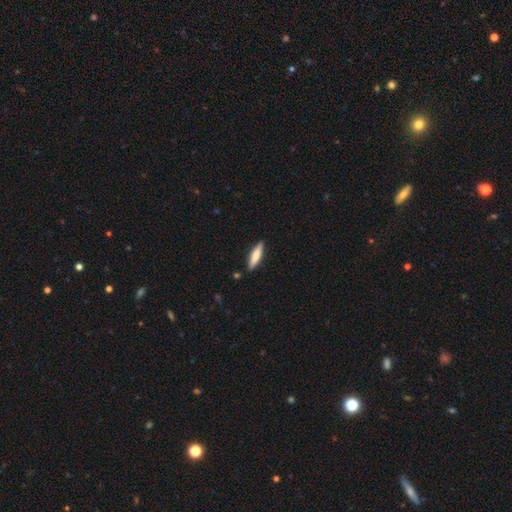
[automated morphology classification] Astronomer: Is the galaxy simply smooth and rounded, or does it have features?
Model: smooth — 69%.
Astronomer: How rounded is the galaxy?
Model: cigar-shaped — 76%.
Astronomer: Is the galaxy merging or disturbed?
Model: none — 87%.